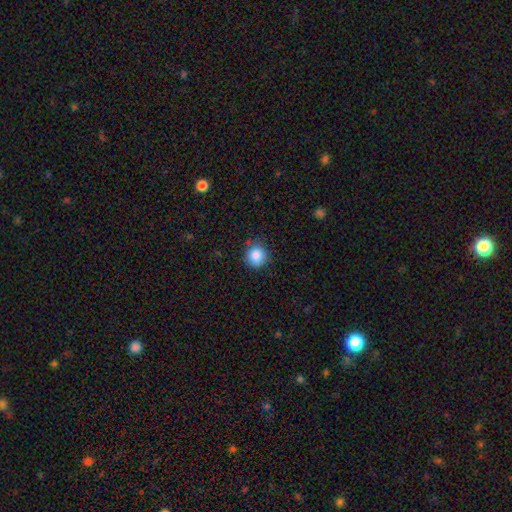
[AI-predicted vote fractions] Q: Smooth or featured?
A: smooth (86%); runner-up: star or artifact (9%)
Q: How rounded?
A: round (91%); runner-up: in between (8%)
Q: Merging?
A: none (83%); runner-up: minor disturbance (12%)